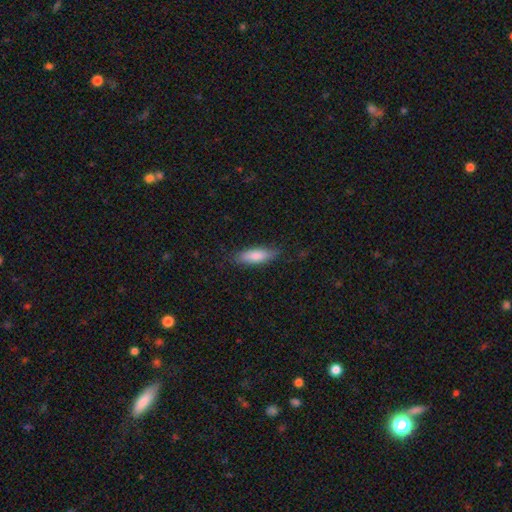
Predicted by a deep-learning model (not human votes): Smooth or featured? Predicted: smooth (p=0.83). How rounded? Predicted: in between (p=0.52). Merging? Predicted: none (p=0.83).